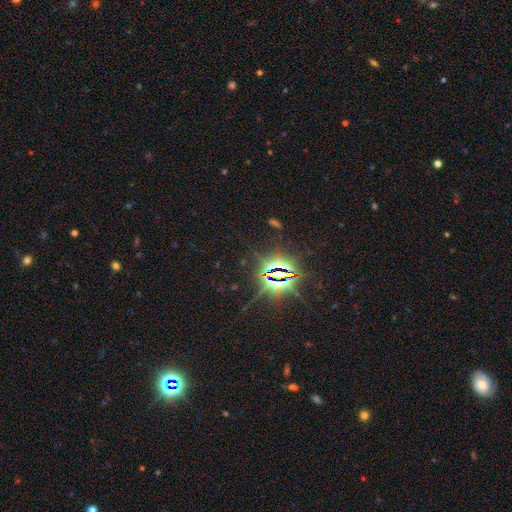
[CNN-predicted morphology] Overall: star or artifact (86%).